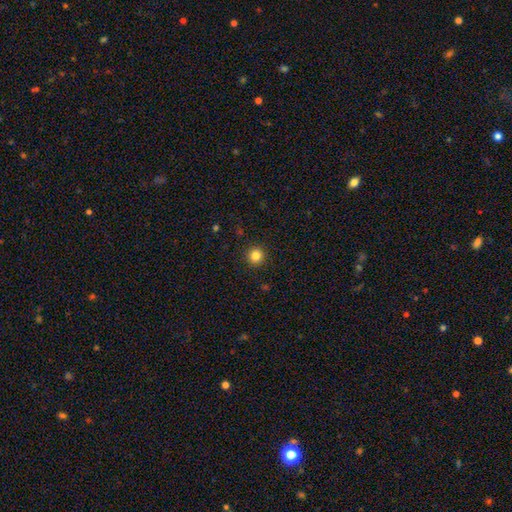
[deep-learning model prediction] Smooth or featured? smooth (83%)
How rounded? round (95%)
Merging? none (93%)